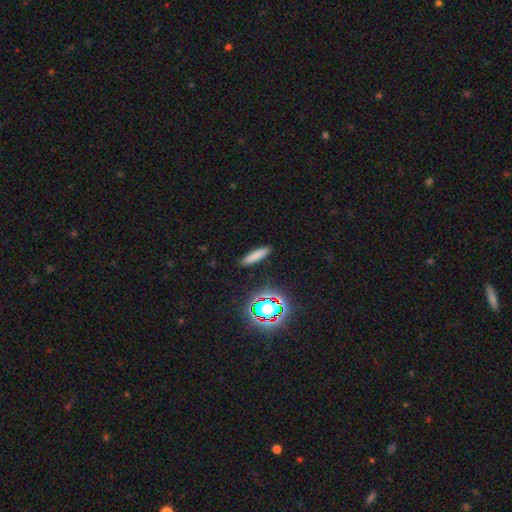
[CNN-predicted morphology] type=smooth (76%); roundness=cigar-shaped (78%); merging=none (90%).